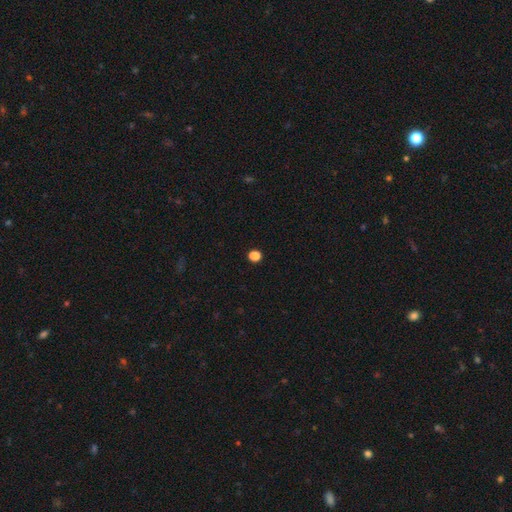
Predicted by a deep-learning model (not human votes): smooth_or_featured: smooth (p=0.77) [alt: star or artifact p=0.19]
how_rounded: round (p=0.74) [alt: in between p=0.24]
merging: none (p=0.89) [alt: minor disturbance p=0.06]